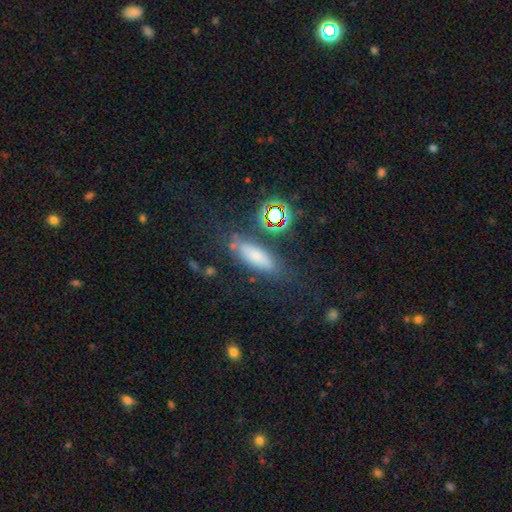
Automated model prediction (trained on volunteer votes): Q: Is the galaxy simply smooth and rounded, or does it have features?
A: smooth — 65%.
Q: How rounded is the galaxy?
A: in between — 51%.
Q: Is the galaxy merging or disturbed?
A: none — 73%.